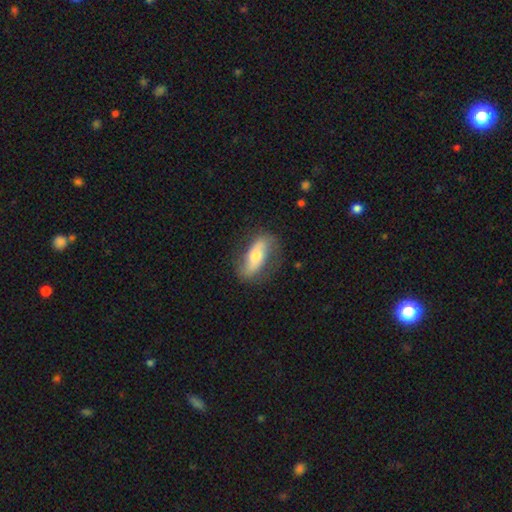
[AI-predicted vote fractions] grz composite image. It shows a featured or disk galaxy (51%). Merging: none (75%).